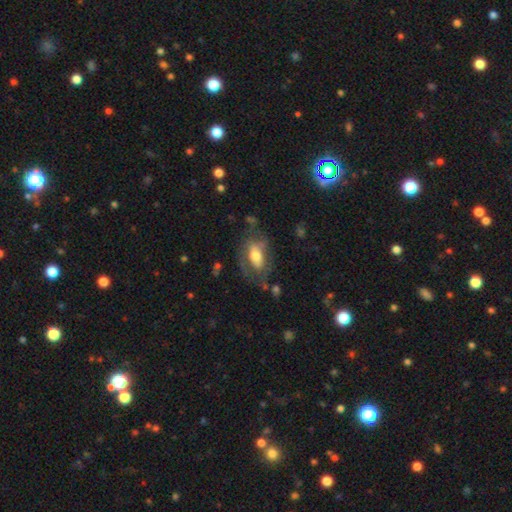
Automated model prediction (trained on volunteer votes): Smooth or featured: featured or disk — 50% (smooth — 43%)
Merging: none — 46% (major disturbance — 27%)